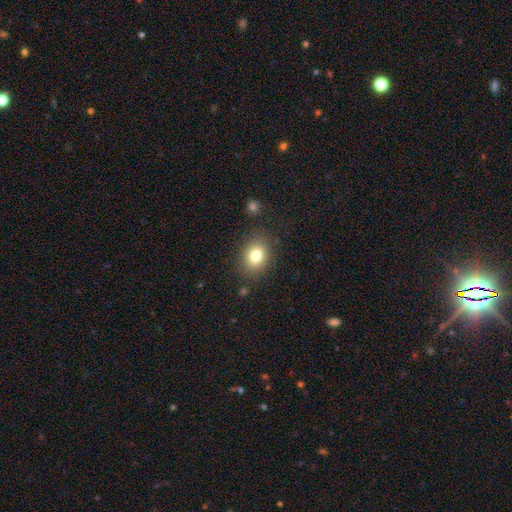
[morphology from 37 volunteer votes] smooth-or-featured: smooth: 84% | featured or disk: 8% | star or artifact: 8%
  how-rounded: in between: 65% | round: 35% | cigar-shaped: 0%
  merging: none: 76% | minor disturbance: 18% | major disturbance: 3% | merger: 3%